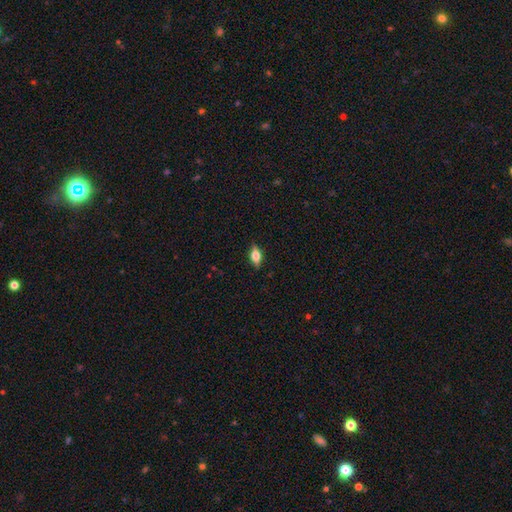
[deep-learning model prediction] Q: Smooth or featured?
A: smooth (58%); runner-up: featured or disk (33%)
Q: How rounded?
A: in between (78%); runner-up: cigar-shaped (16%)
Q: Merging?
A: none (87%); runner-up: minor disturbance (10%)